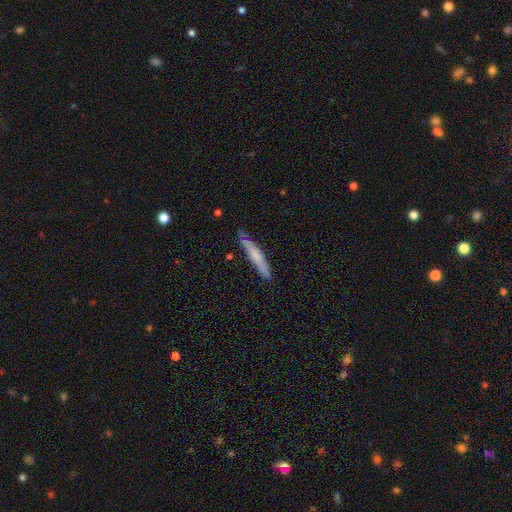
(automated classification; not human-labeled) smooth_or_featured: smooth (p=0.60) [alt: featured or disk p=0.35]
how_rounded: cigar-shaped (p=0.93) [alt: in between p=0.05]
merging: none (p=0.79) [alt: minor disturbance p=0.16]